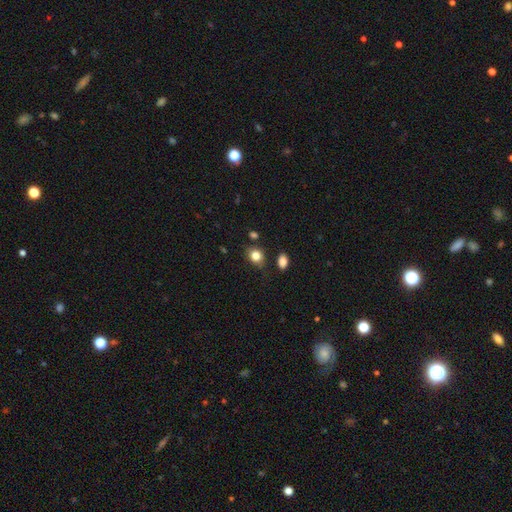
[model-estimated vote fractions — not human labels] smooth-or-featured: smooth: 83% | star or artifact: 10% | featured or disk: 7%
  how-rounded: round: 52% | in between: 47% | cigar-shaped: 1%
  merging: none: 76% | minor disturbance: 16% | merger: 5% | major disturbance: 4%